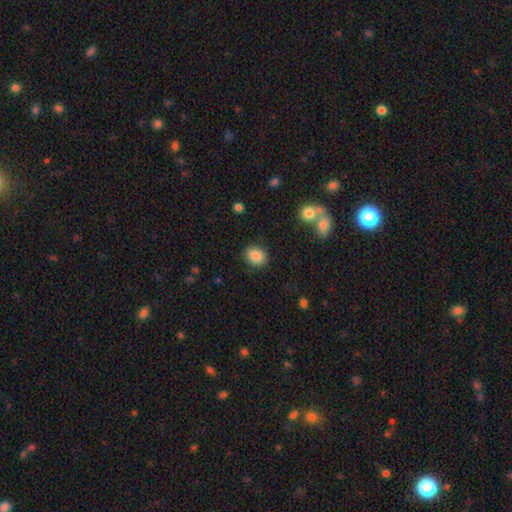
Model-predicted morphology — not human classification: This is clearly a smooth galaxy (86%). How rounded: possibly round (53%). Merging: clearly none (87%).